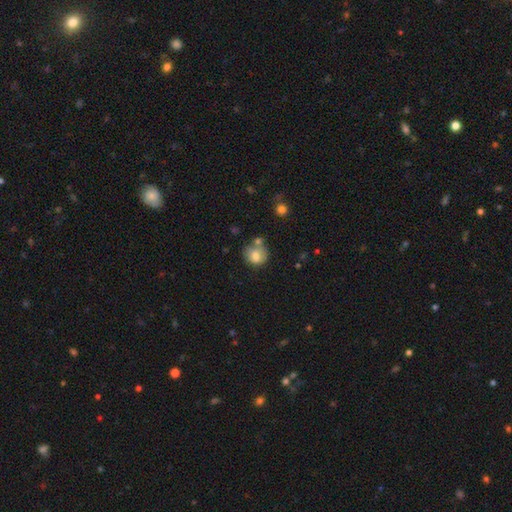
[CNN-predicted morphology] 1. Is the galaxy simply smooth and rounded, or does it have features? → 75% smooth, 15% featured or disk, 9% star or artifact.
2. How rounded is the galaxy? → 77% round, 22% in between, 1% cigar-shaped.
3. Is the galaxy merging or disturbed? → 53% none, 20% minor disturbance, 20% merger, 7% major disturbance.